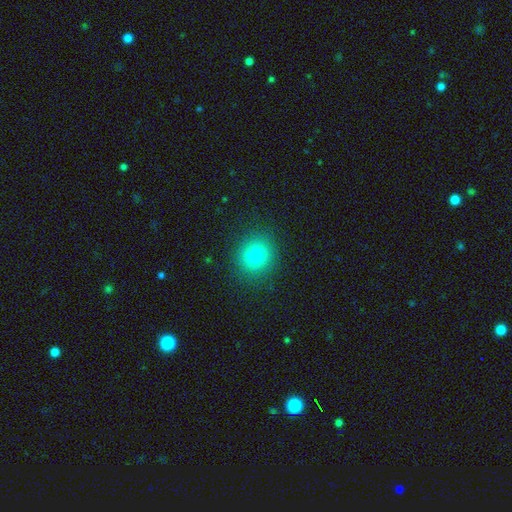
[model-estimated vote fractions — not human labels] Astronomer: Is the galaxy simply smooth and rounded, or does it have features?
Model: smooth — 78%.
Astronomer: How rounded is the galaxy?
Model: round — 84%.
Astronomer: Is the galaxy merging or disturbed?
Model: none — 89%.